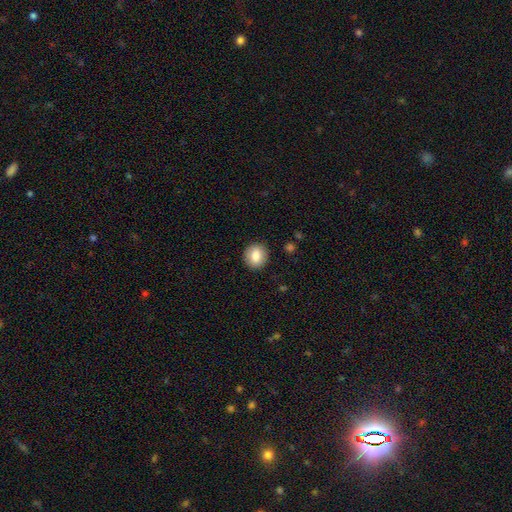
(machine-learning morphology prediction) Q: Smooth or featured?
A: smooth (82%); runner-up: featured or disk (10%)
Q: How rounded?
A: round (77%); runner-up: in between (22%)
Q: Merging?
A: none (90%); runner-up: minor disturbance (7%)